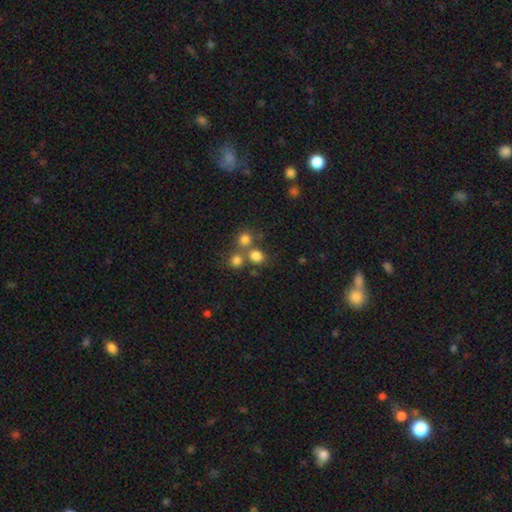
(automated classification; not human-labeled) A smooth galaxy with no disk features (77%) that is round (76%).

Vote fractions:
- Smooth or featured? smooth: 77% / star or artifact: 15% / featured or disk: 8%
- How rounded? round: 76% / in between: 23% / cigar-shaped: 1%
- Merging? none: 55% / merger: 33% / minor disturbance: 8% / major disturbance: 4%